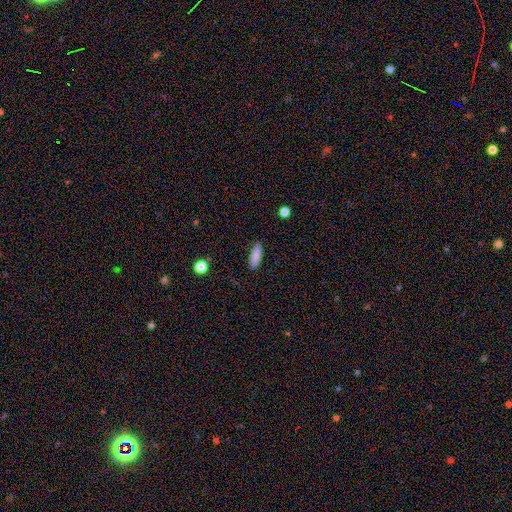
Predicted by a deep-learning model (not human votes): smooth-or-featured: smooth: 86% | star or artifact: 7% | featured or disk: 6%
  how-rounded: cigar-shaped: 54% | in between: 44% | round: 2%
  merging: none: 87% | minor disturbance: 10% | major disturbance: 2% | merger: 1%